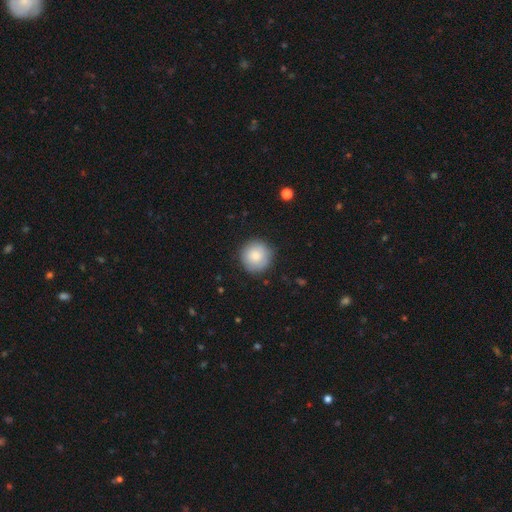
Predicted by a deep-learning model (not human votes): Smooth or featured?
  - smooth: 84% *
  - featured or disk: 8%
  - star or artifact: 7%
How rounded?
  - round: 95% *
  - in between: 4%
  - cigar-shaped: 1%
Merging?
  - none: 88% *
  - minor disturbance: 9%
  - major disturbance: 2%
  - merger: 1%